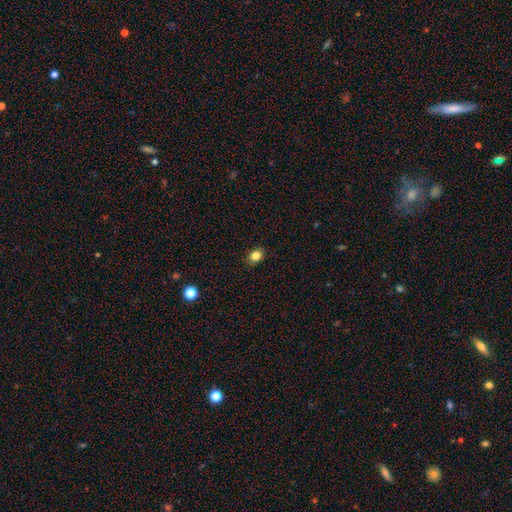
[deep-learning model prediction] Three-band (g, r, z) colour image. It shows a smooth galaxy with no disk features (83%) that is round (51%). Merging: none (88%).